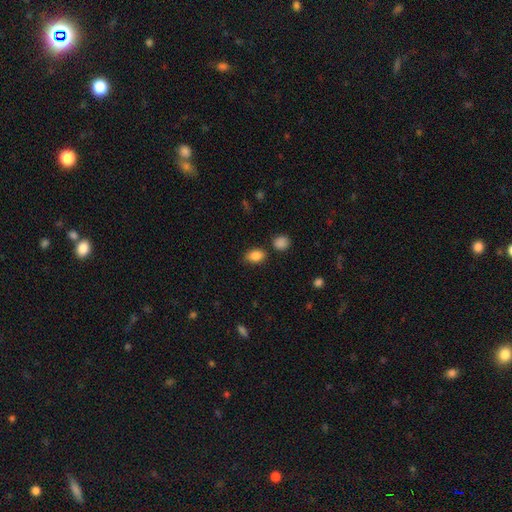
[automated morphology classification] smooth_or_featured: smooth (p=0.87) [alt: star or artifact p=0.09]
how_rounded: in between (p=0.81) [alt: round p=0.18]
merging: none (p=0.78) [alt: minor disturbance p=0.13]